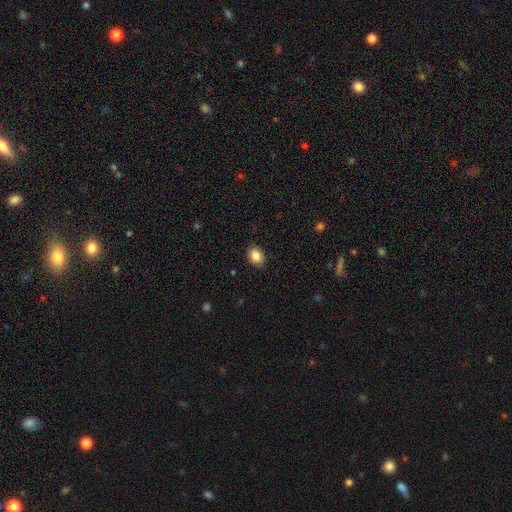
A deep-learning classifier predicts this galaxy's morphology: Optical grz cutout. It shows a smooth galaxy with no disk features (86%) that is in between round and cigar-shaped (78%). Merging: none (88%).